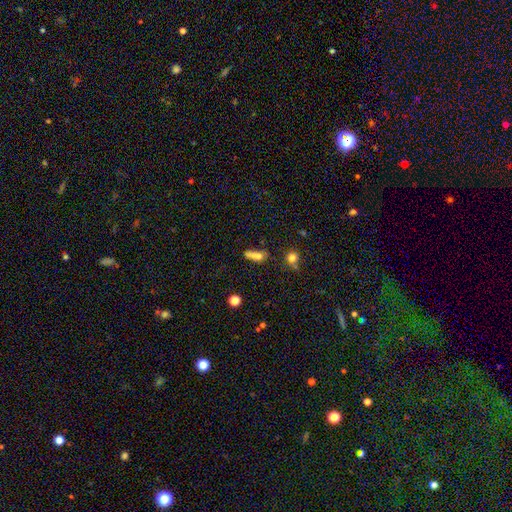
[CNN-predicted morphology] smooth_or_featured: smooth (p=0.68) [alt: star or artifact p=0.17]
how_rounded: in between (p=0.48) [alt: cigar-shaped p=0.40]
merging: none (p=0.43) [alt: merger p=0.24]